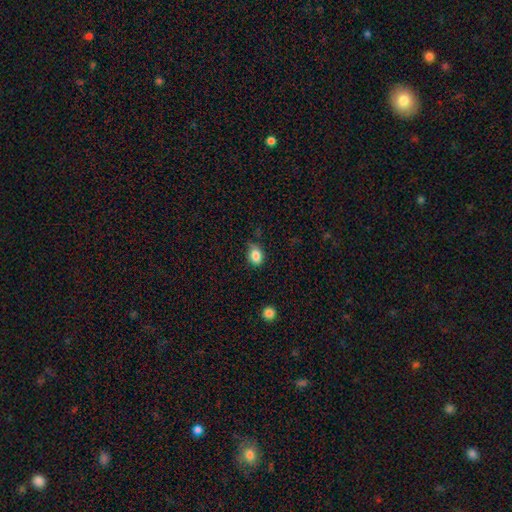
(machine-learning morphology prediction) A smooth galaxy with no disk features (84%) that is in between round and cigar-shaped (57%).

Vote fractions:
- Smooth or featured? smooth: 84% / star or artifact: 10% / featured or disk: 6%
- How rounded? in between: 57% / round: 41% / cigar-shaped: 1%
- Merging? none: 61% / minor disturbance: 31% / major disturbance: 6% / merger: 2%